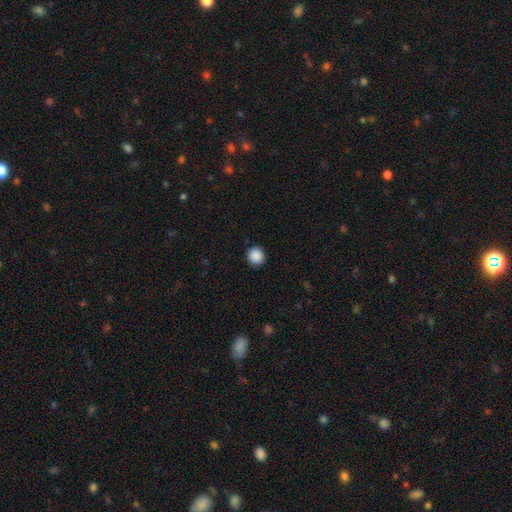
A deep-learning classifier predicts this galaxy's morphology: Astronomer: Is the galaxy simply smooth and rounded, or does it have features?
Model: smooth — 89%.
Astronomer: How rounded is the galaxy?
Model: round — 93%.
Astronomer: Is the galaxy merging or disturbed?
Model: none — 92%.